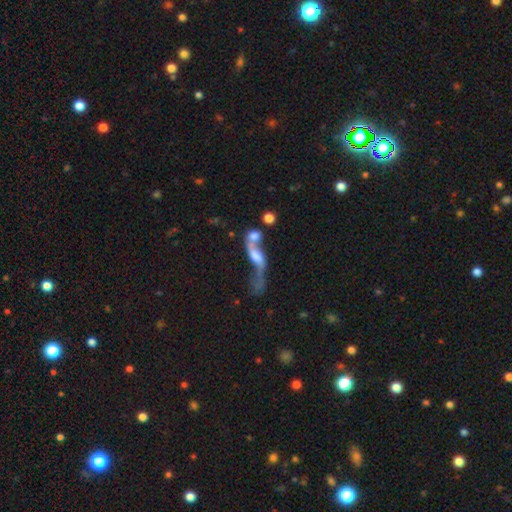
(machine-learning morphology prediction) featured or disk 58%, smooth 32%, star or artifact 10%. Down the decision tree: edge-on disk — no (82%); merging — merger (56%).